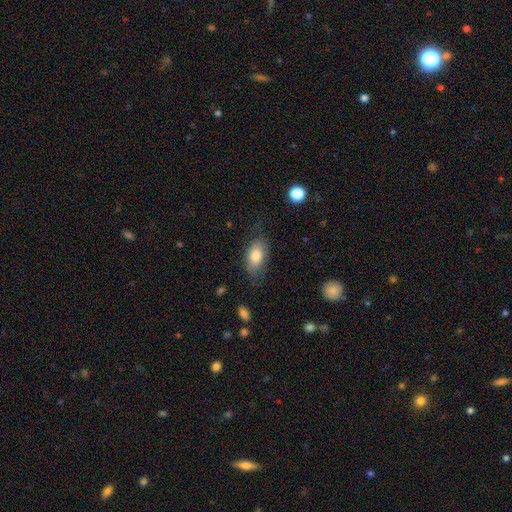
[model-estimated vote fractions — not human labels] A smooth galaxy with no disk features (76%) that is in between round and cigar-shaped (92%).

Vote fractions:
- Smooth or featured? smooth: 76% / featured or disk: 17% / star or artifact: 7%
- How rounded? in between: 92% / round: 5% / cigar-shaped: 3%
- Merging? none: 64% / minor disturbance: 24% / major disturbance: 11% / merger: 2%